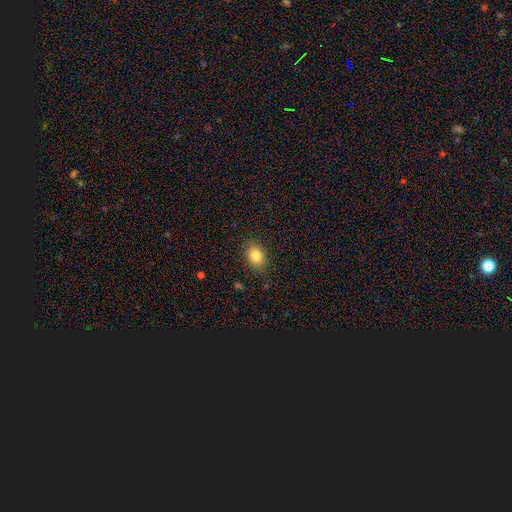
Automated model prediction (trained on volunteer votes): Q: Smooth or featured?
A: smooth (82%); runner-up: star or artifact (9%)
Q: How rounded?
A: in between (75%); runner-up: round (24%)
Q: Merging?
A: none (86%); runner-up: minor disturbance (11%)